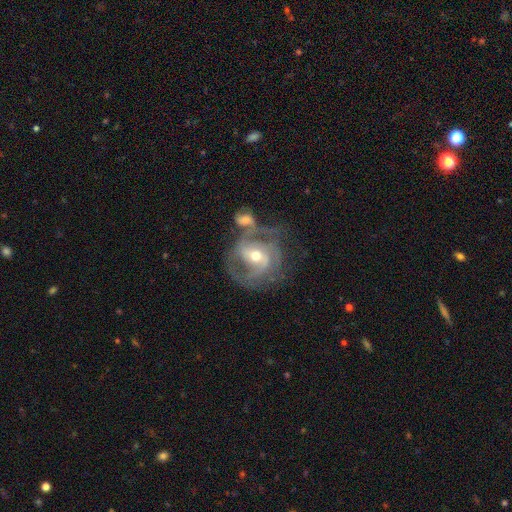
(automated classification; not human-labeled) smooth_or_featured: featured or disk (p=0.83) [alt: smooth p=0.11]
disk_edge_on: no (p=0.97) [alt: yes p=0.03]
bar: weak (p=0.41) [alt: no p=0.35]
has_spiral_arms: yes (p=0.90) [alt: no p=0.10]
spiral_winding: medium (p=0.46) [alt: tight p=0.35]
spiral_arm_count: 2 (p=0.55) [alt: can't tell p=0.18]
bulge_size: moderate (p=0.61) [alt: small p=0.33]
merging: none (p=0.34) [alt: merger p=0.31]